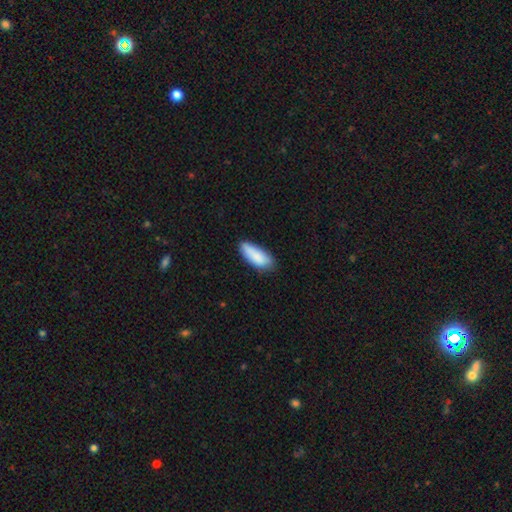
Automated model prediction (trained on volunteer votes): Q: Smooth or featured?
A: smooth (85%); runner-up: featured or disk (8%)
Q: How rounded?
A: in between (78%); runner-up: cigar-shaped (20%)
Q: Merging?
A: none (69%); runner-up: minor disturbance (25%)